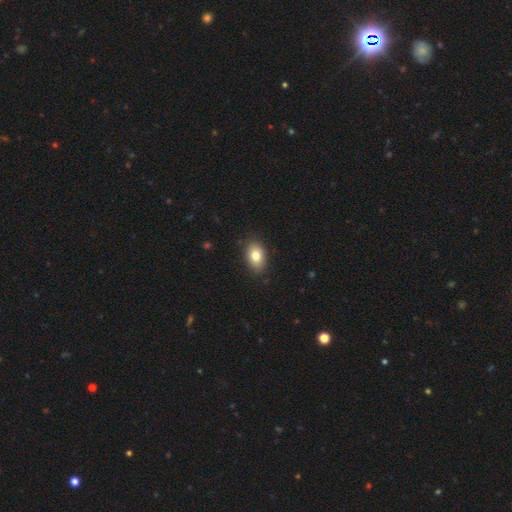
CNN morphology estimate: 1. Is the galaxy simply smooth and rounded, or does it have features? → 81% smooth, 11% featured or disk, 8% star or artifact.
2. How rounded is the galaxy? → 88% in between, 11% round, 1% cigar-shaped.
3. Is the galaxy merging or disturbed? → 86% none, 11% minor disturbance, 2% major disturbance, 1% merger.